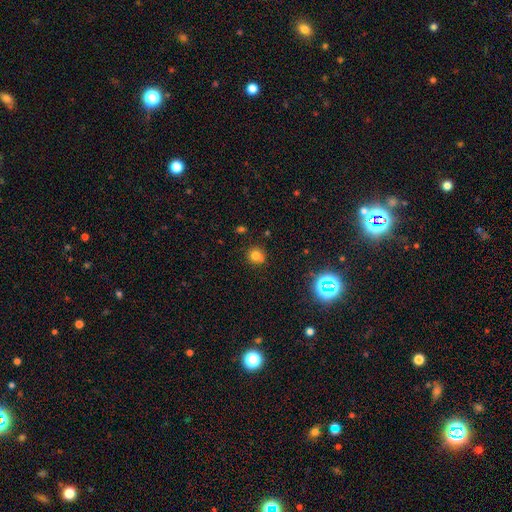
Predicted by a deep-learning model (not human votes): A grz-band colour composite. It shows a smooth galaxy with no disk features (75%) that is round (86%). Merging: none (72%).